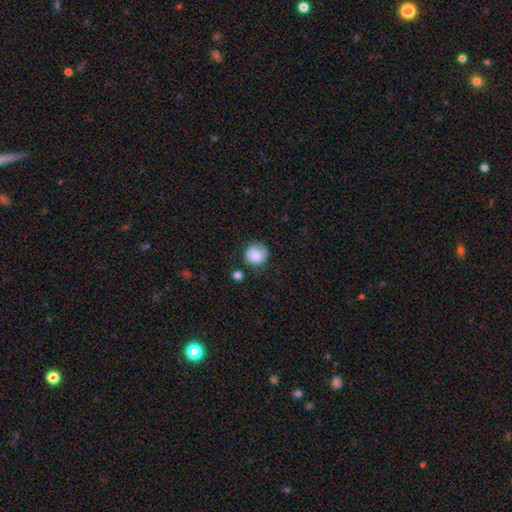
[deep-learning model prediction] smooth_or_featured: smooth (p=0.78) [alt: featured or disk p=0.13]
how_rounded: round (p=0.91) [alt: in between p=0.08]
merging: none (p=0.75) [alt: minor disturbance p=0.17]